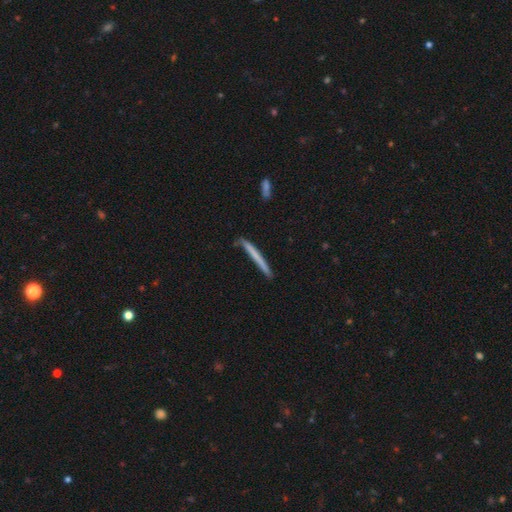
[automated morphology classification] A smooth galaxy with no disk features (62%) that is cigar-shaped (97%). Merging: none (81%).